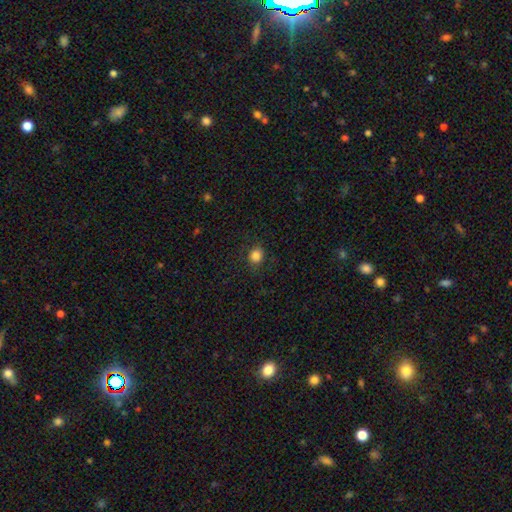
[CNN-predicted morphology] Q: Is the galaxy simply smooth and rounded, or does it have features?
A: smooth — 84%.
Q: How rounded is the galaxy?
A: round — 79%.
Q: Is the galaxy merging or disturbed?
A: none — 83%.